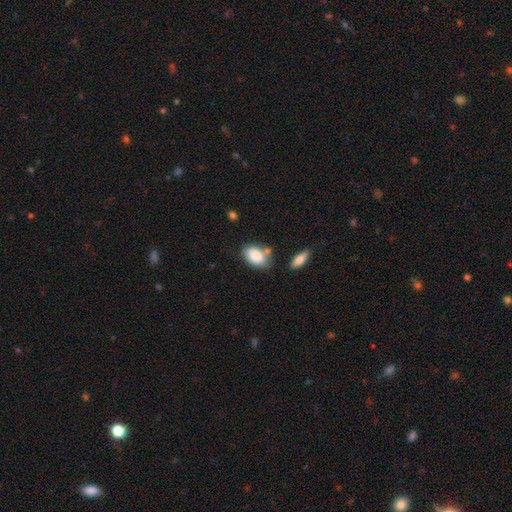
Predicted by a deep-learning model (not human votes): Q: Smooth or featured?
A: smooth (86%); runner-up: featured or disk (8%)
Q: How rounded?
A: in between (91%); runner-up: round (8%)
Q: Merging?
A: none (62%); runner-up: minor disturbance (18%)